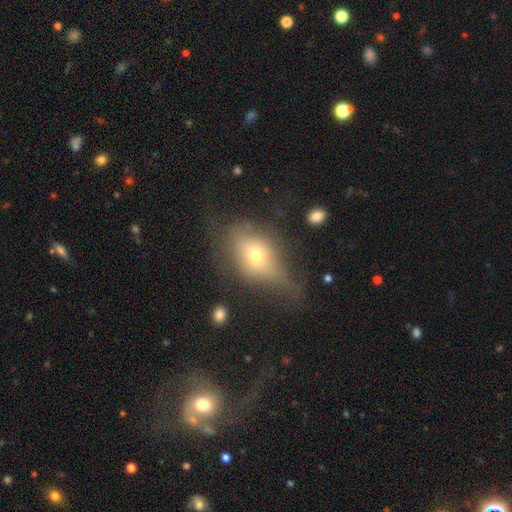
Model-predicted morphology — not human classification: This is possibly a smooth galaxy (50%). How rounded: likely in between (67%). Merging: marginally none (43%).